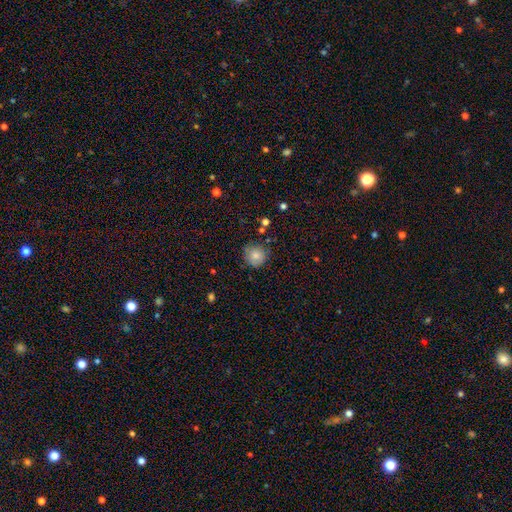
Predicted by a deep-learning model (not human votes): The model was most divided on "merging": none: 79%, minor disturbance: 15%, major disturbance: 3%, merger: 2%. More confident: how rounded — round (93%); smooth or featured — smooth (80%).